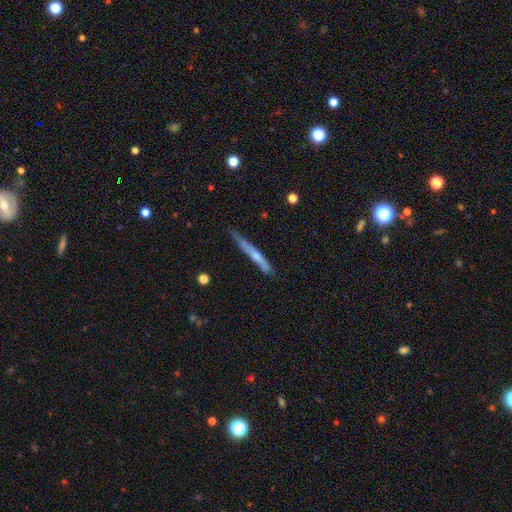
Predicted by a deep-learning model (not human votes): Smooth or featured? smooth (48%)
Merging? none (66%)